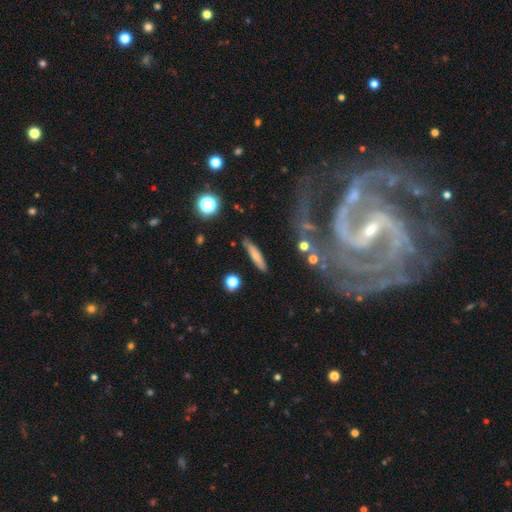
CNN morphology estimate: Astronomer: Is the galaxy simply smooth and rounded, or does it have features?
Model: smooth — 68%.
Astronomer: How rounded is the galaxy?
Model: cigar-shaped — 86%.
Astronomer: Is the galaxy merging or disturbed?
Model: none — 85%.